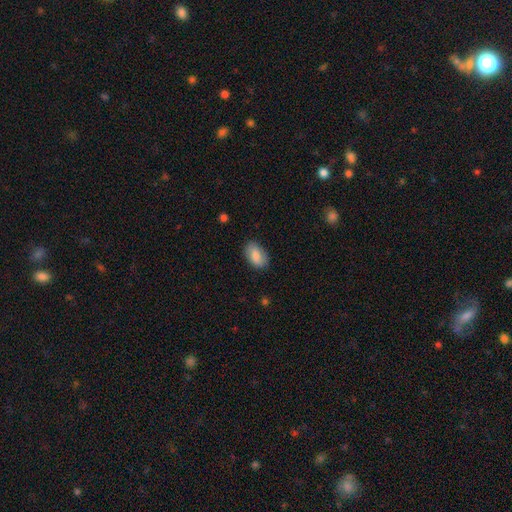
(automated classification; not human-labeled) This is clearly a smooth galaxy (81%). How rounded: clearly in between (91%). Merging: clearly none (82%).